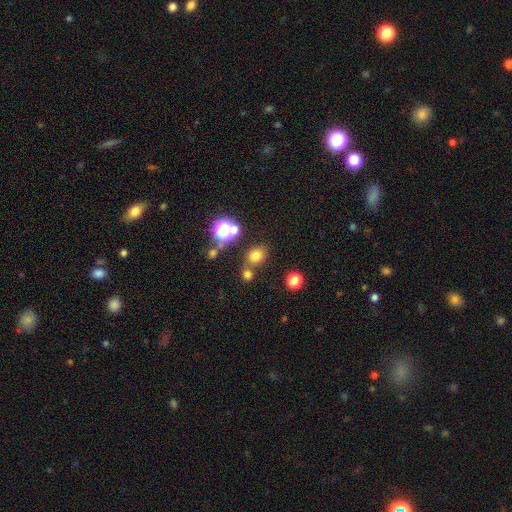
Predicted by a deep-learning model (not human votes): Smooth or featured? Predicted: smooth (p=0.72). How rounded? Predicted: round (p=0.63). Merging? Predicted: none (p=0.69).